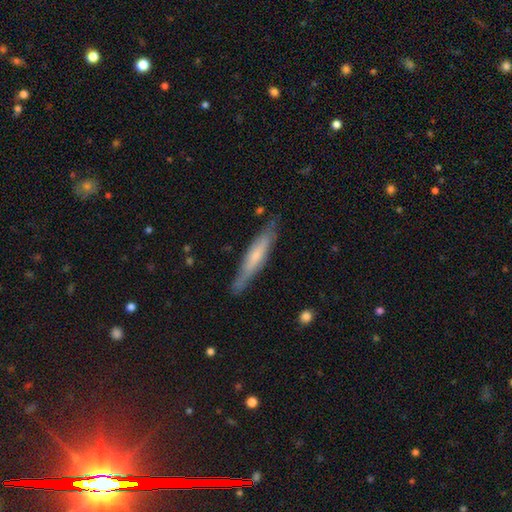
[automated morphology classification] Smooth or featured? smooth (48%)
Merging? none (80%)